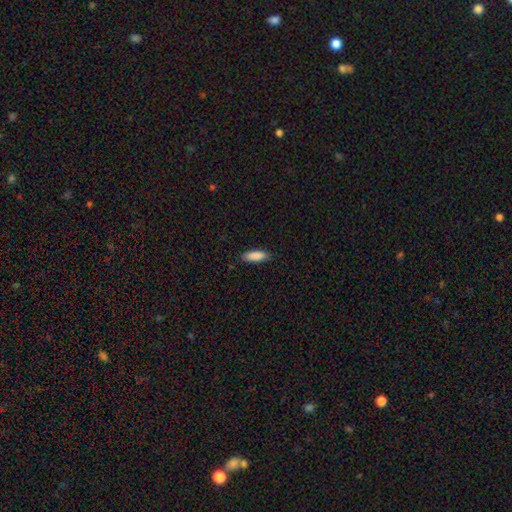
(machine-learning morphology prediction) Smooth or featured? smooth (89%)
How rounded? in between (58%)
Merging? none (85%)